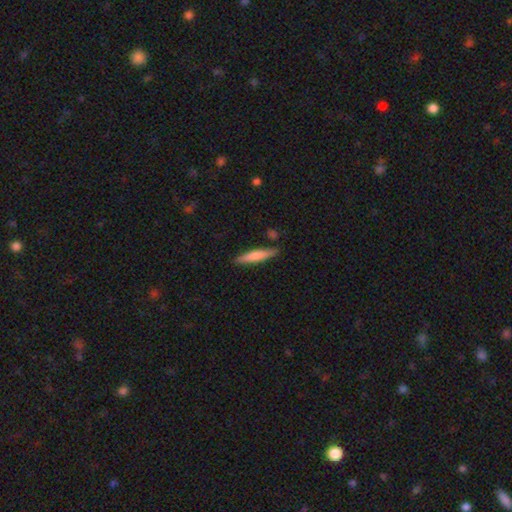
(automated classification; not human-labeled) Smooth or featured: smooth — 68% (featured or disk — 26%)
How rounded: cigar-shaped — 89% (in between — 10%)
Merging: none — 85% (minor disturbance — 10%)